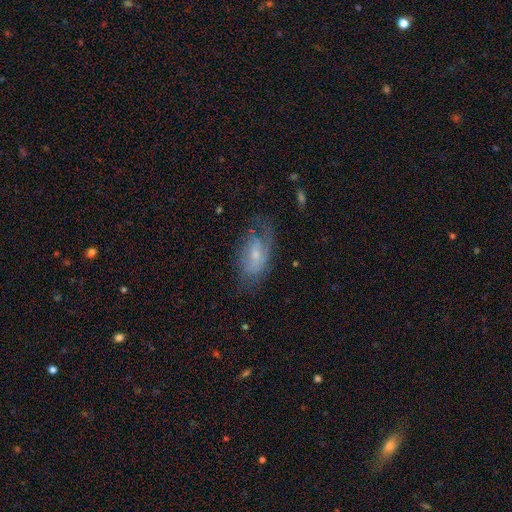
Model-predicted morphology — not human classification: smooth_or_featured: featured or disk (p=0.55) [alt: smooth p=0.37]
disk_edge_on: no (p=0.92) [alt: yes p=0.08]
bar: no (p=0.57) [alt: weak p=0.36]
has_spiral_arms: yes (p=0.72) [alt: no p=0.28]
bulge_size: small (p=0.61) [alt: moderate p=0.30]
merging: none (p=0.52) [alt: minor disturbance p=0.26]